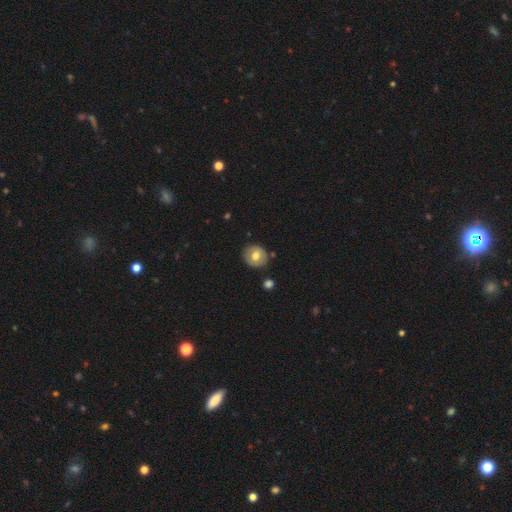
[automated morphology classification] smooth_or_featured: smooth (p=0.66) [alt: featured or disk p=0.26]
how_rounded: round (p=0.78) [alt: in between p=0.21]
merging: none (p=0.85) [alt: minor disturbance p=0.10]